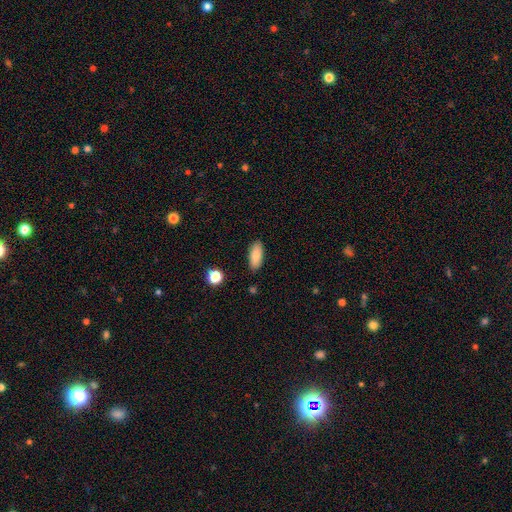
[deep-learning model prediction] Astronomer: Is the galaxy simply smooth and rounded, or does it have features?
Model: smooth — 84%.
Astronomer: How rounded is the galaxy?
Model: in between — 82%.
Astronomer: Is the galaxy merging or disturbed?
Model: none — 87%.